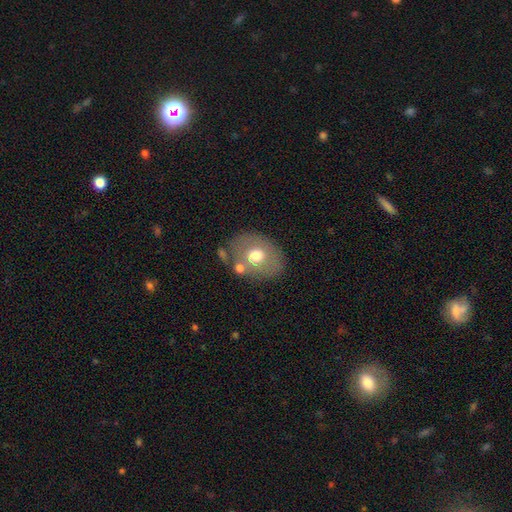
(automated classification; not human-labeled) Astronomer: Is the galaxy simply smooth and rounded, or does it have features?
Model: smooth — 61%.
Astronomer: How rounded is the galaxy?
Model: in between — 61% (runner-up: round, 38%).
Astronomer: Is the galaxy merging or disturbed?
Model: none — 68%.